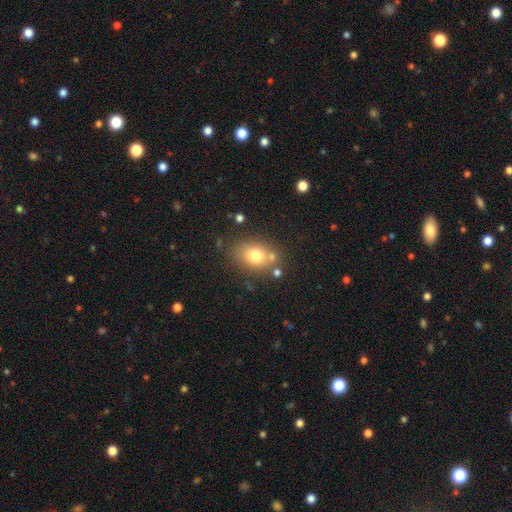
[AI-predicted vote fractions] Smooth or featured? Predicted: smooth (p=0.75). How rounded? Predicted: in between (p=0.63). Merging? Predicted: none (p=0.72).